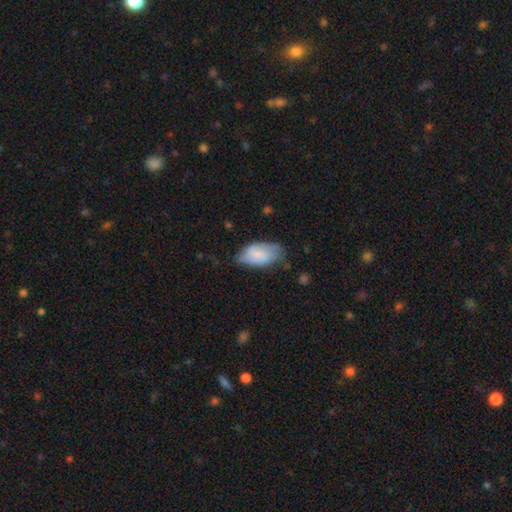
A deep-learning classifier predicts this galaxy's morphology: smooth-or-featured: smooth: 71% | featured or disk: 22% | star or artifact: 7%
  how-rounded: in between: 94% | round: 4% | cigar-shaped: 2%
  merging: none: 47% | minor disturbance: 40% | major disturbance: 11% | merger: 2%